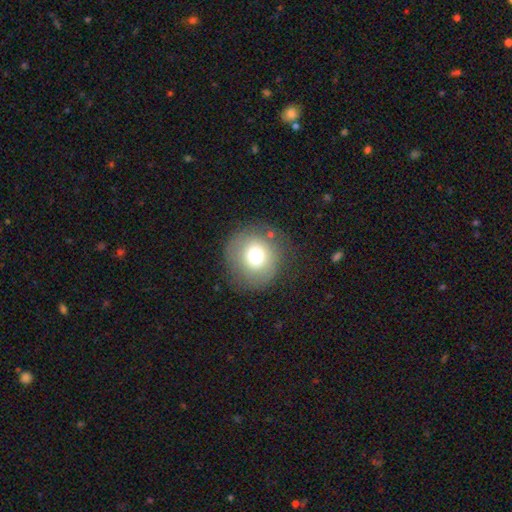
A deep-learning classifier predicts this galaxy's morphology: smooth 72%, featured or disk 16%, star or artifact 12%. Down the decision tree: how rounded — round (92%); merging — none (79%).